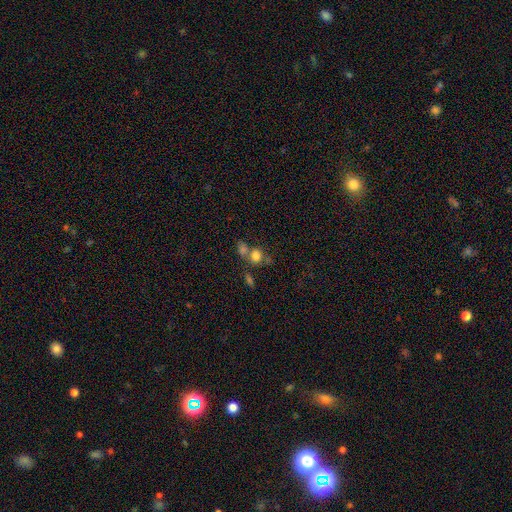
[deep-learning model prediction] Smooth or featured?
  - smooth: 77% *
  - star or artifact: 13%
  - featured or disk: 10%
How rounded?
  - round: 63% *
  - in between: 35%
  - cigar-shaped: 2%
Merging?
  - none: 44% *
  - merger: 40%
  - minor disturbance: 11%
  - major disturbance: 6%